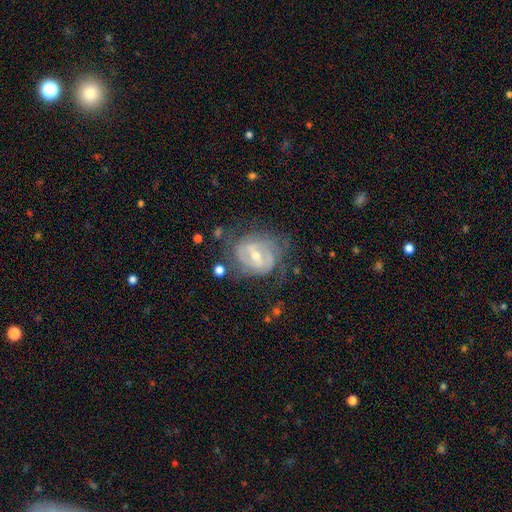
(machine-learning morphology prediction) Smooth or featured? featured or disk (81%)
Edge-on disk? no (95%)
Bar? strong (44%)
Spiral arms? yes (80%)
Spiral winding? tight (59%)
Spiral arm count? can't tell (40%)
Bulge size? moderate (50%)
Merging? none (61%)